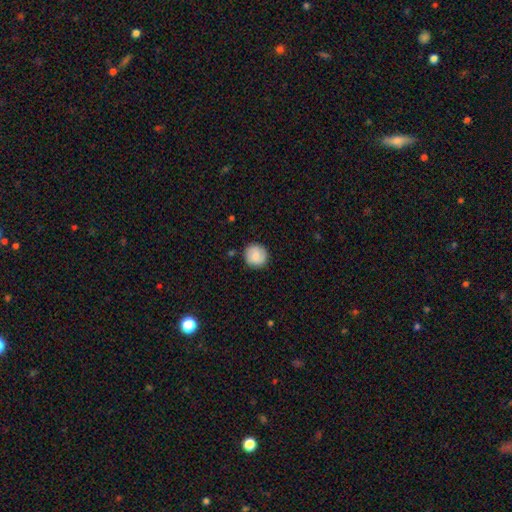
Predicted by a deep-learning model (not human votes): Morphology: type=smooth (77%); roundness=round (92%); merging=none (87%).